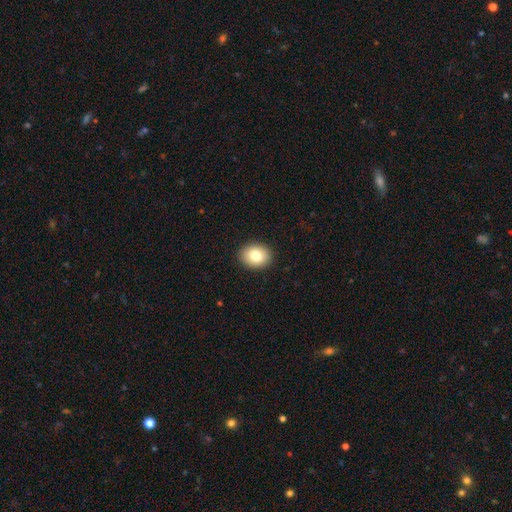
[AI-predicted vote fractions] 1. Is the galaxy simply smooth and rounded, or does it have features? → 81% smooth, 11% featured or disk, 8% star or artifact.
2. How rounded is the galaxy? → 54% in between, 45% round, 1% cigar-shaped.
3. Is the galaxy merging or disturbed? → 91% none, 7% minor disturbance, 2% major disturbance, 1% merger.